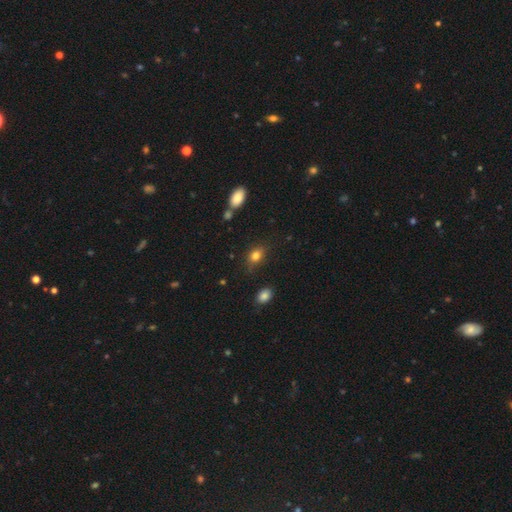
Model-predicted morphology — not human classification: smooth_or_featured: smooth (p=0.82) [alt: star or artifact p=0.10]
how_rounded: in between (p=0.72) [alt: round p=0.26]
merging: none (p=0.76) [alt: minor disturbance p=0.17]